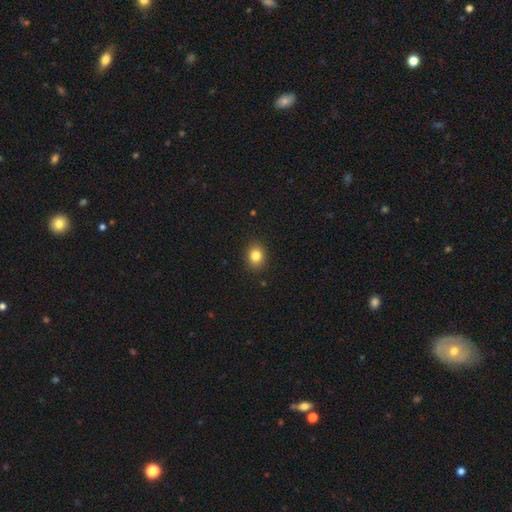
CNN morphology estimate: type=smooth (83%); roundness=round (56%); merging=none (89%).